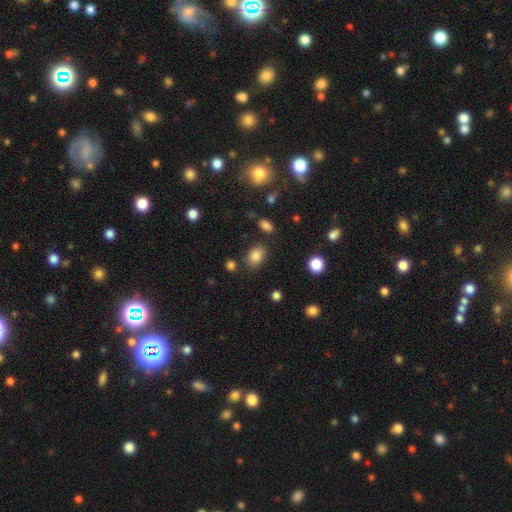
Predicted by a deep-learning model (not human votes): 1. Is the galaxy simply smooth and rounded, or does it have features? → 84% smooth, 10% star or artifact, 5% featured or disk.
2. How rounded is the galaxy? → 75% in between, 24% round, 1% cigar-shaped.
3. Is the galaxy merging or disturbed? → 81% none, 11% minor disturbance, 4% merger, 4% major disturbance.